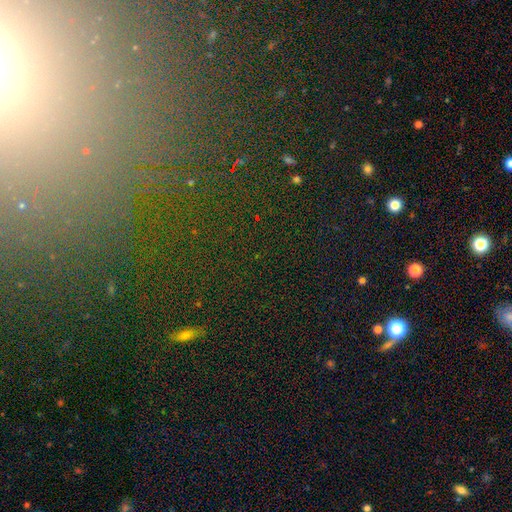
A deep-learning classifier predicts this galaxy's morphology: smooth-or-featured: star or artifact: 67% | smooth: 19% | featured or disk: 14%